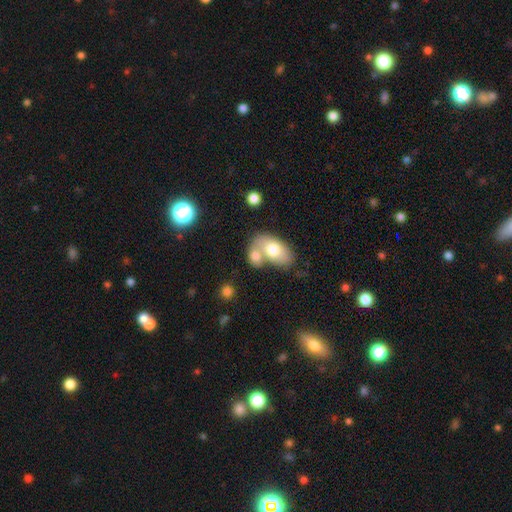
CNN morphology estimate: Smooth or featured? smooth (71%)
How rounded? in between (83%)
Merging? merger (64%)